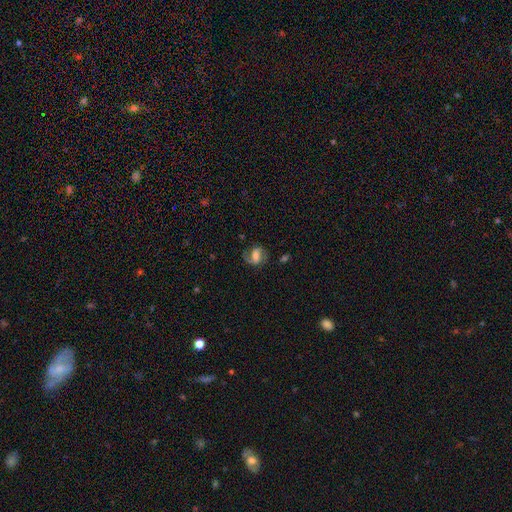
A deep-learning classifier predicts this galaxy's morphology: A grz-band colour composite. It shows a featured or disk galaxy (75%) with a weak bar (43%), 2 (88%) medium (52%) spiral arms (93%) and a moderate central bulge (47%). Merging: none (74%).